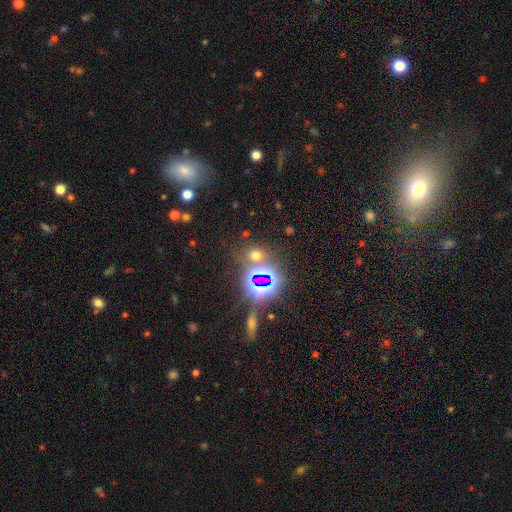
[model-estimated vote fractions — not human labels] The model was most divided on "smooth or featured": star or artifact: 50%, smooth: 43%, featured or disk: 7%.